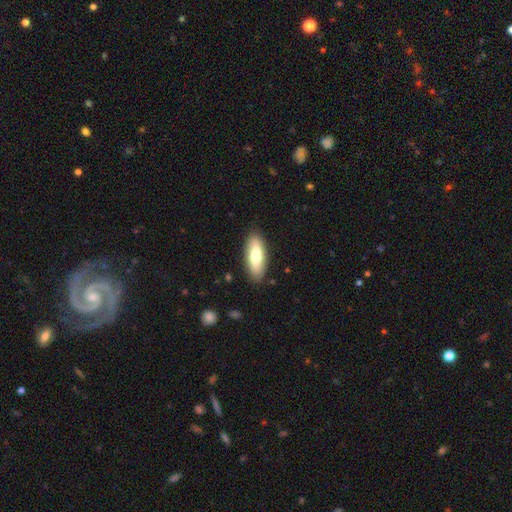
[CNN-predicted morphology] Overall: smooth (66%; featured or disk 29%). How rounded: in between (72%). Merging: none (87%).